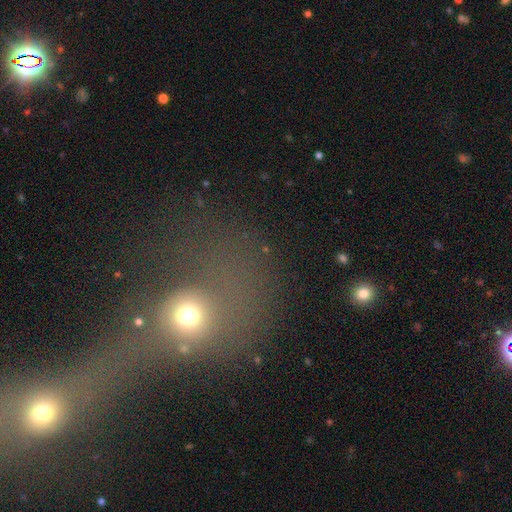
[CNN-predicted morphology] Overall: smooth (50%; star or artifact 27%). Merging: merger (69%).